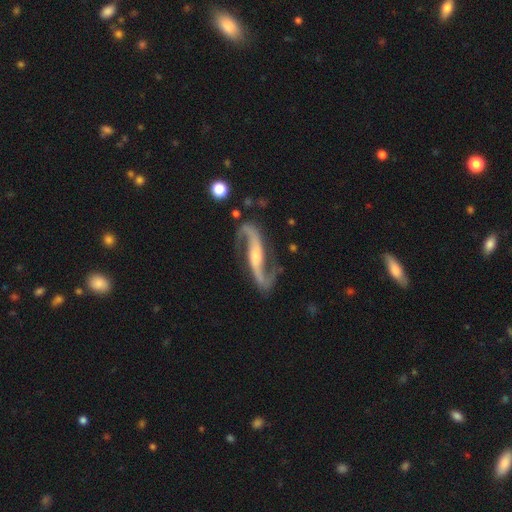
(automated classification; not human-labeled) Smooth or featured? Predicted: featured or disk (p=0.92). Edge-on disk? Predicted: no (p=0.92). Bar? Predicted: strong (p=0.44). Spiral arms? Predicted: yes (p=0.98). Spiral winding? Predicted: loose (p=0.61). Spiral arm count? Predicted: 2 (p=0.94). Bulge size? Predicted: small (p=0.49). Merging? Predicted: none (p=0.78).